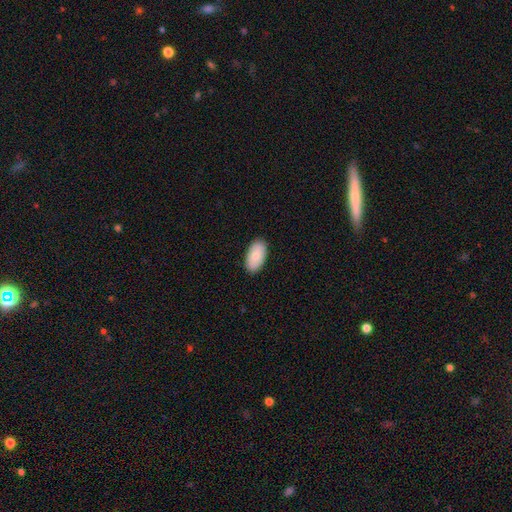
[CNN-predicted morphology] This appears to be a smooth galaxy with no disk features (82%) that is in between round and cigar-shaped (96%). Merging: none (89%).